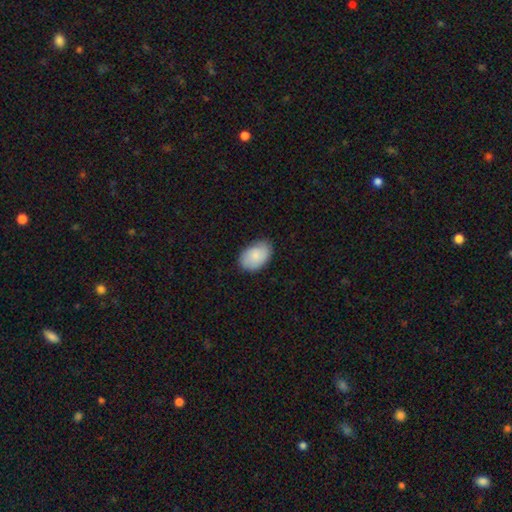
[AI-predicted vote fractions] smooth-or-featured: smooth: 83% | featured or disk: 11% | star or artifact: 6%
  how-rounded: in between: 91% | round: 8% | cigar-shaped: 1%
  merging: none: 80% | minor disturbance: 16% | major disturbance: 3% | merger: 1%